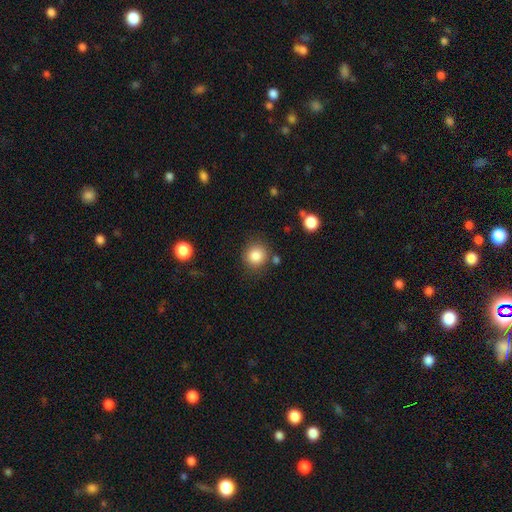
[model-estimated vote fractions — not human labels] This is clearly a smooth galaxy (86%). How rounded: clearly round (88%). Merging: clearly none (83%).